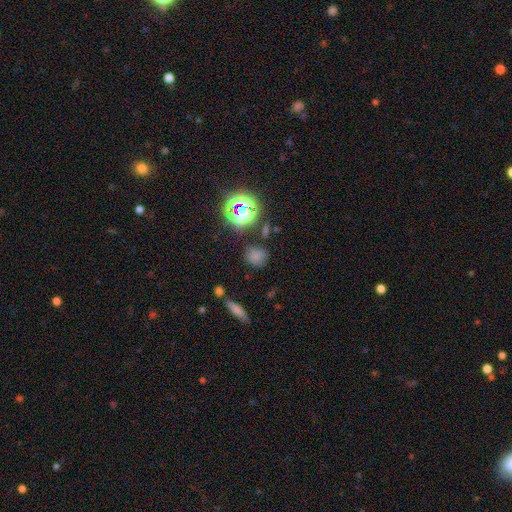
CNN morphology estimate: Smooth or featured: smooth — 67% (star or artifact — 26%)
How rounded: round — 74% (in between — 24%)
Merging: none — 75% (minor disturbance — 15%)